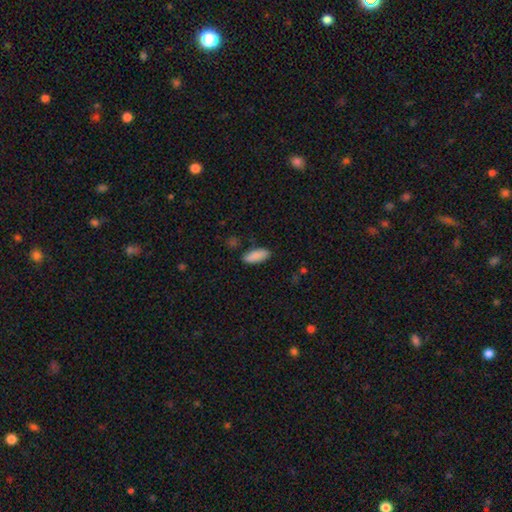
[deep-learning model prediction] Smooth or featured? Predicted: smooth (p=0.89). How rounded? Predicted: in between (p=0.79). Merging? Predicted: none (p=0.85).